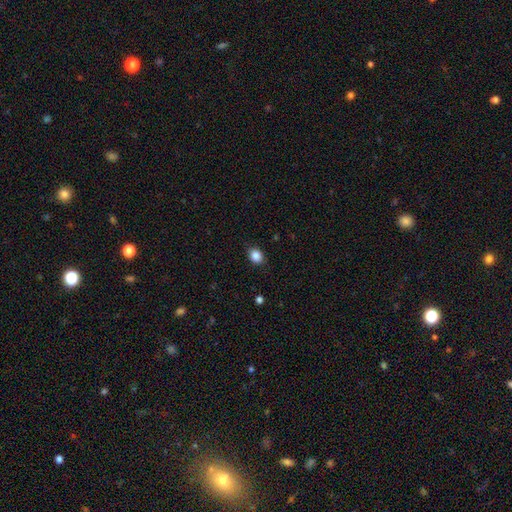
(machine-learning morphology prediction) A smooth galaxy with no disk features (86%) that is in between round and cigar-shaped (51%).

Vote fractions:
- Smooth or featured? smooth: 86% / star or artifact: 10% / featured or disk: 4%
- How rounded? in between: 51% / round: 48% / cigar-shaped: 1%
- Merging? none: 86% / minor disturbance: 11% / major disturbance: 3% / merger: 1%